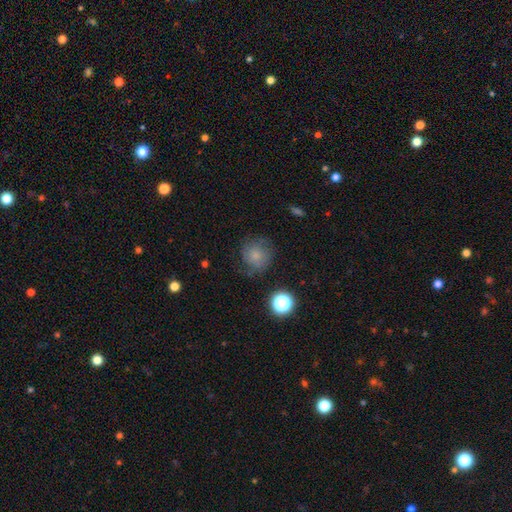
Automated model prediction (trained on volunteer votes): Smooth or featured? smooth (68%)
How rounded? round (90%)
Merging? none (66%)